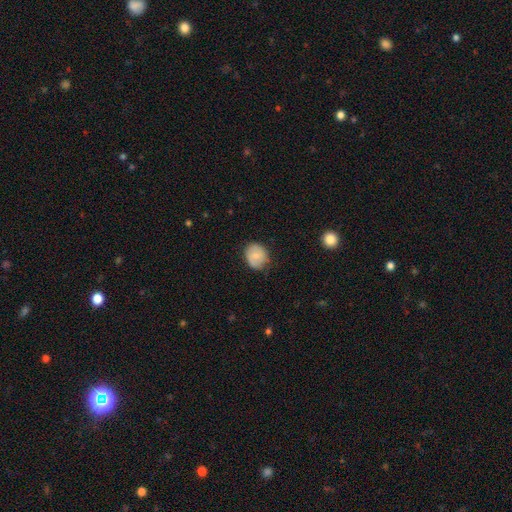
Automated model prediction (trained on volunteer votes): Overall: smooth (71%). How rounded: round (73%). Merging: none (74%).